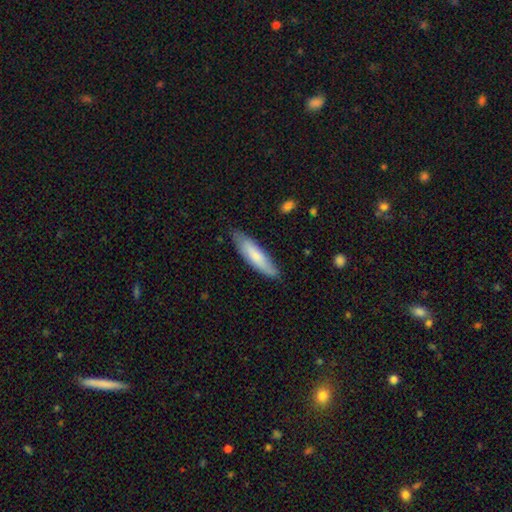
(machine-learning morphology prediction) A smooth galaxy with no disk features (74%) that is cigar-shaped (72%).

Vote fractions:
- Smooth or featured? smooth: 74% / featured or disk: 21% / star or artifact: 5%
- How rounded? cigar-shaped: 72% / in between: 27% / round: 1%
- Merging? none: 80% / minor disturbance: 16% / major disturbance: 2% / merger: 1%